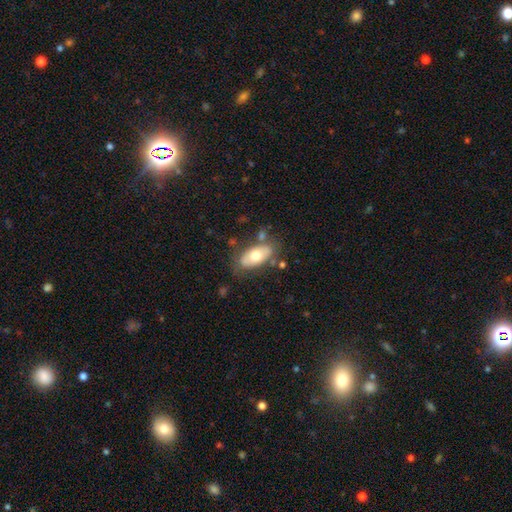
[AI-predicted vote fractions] Smooth or featured?
  - smooth: 62% *
  - featured or disk: 32%
  - star or artifact: 6%
How rounded?
  - in between: 91% *
  - cigar-shaped: 5%
  - round: 4%
Merging?
  - none: 72% *
  - minor disturbance: 17%
  - merger: 6%
  - major disturbance: 6%